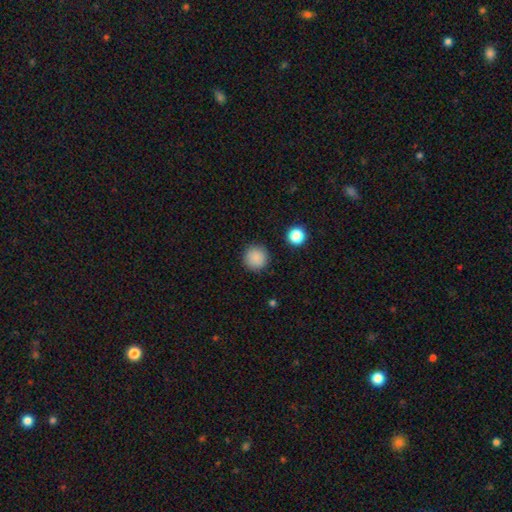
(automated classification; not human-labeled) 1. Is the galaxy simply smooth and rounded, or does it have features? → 87% smooth, 9% star or artifact, 3% featured or disk.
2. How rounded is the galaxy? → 96% round, 3% in between, 1% cigar-shaped.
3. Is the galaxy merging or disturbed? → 90% none, 6% minor disturbance, 2% major disturbance, 1% merger.